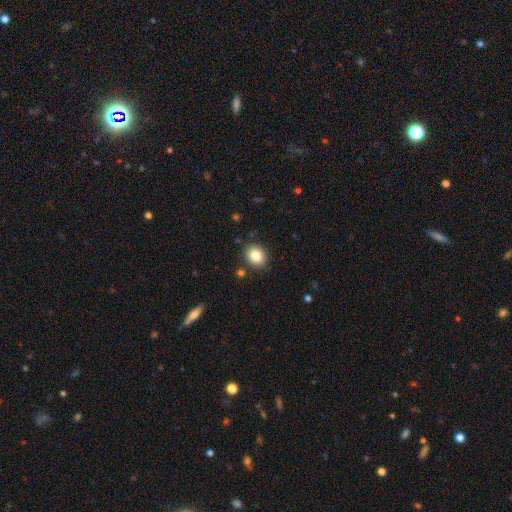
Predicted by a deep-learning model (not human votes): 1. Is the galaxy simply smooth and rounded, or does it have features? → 83% smooth, 10% star or artifact, 7% featured or disk.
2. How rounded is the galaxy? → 68% round, 31% in between, 1% cigar-shaped.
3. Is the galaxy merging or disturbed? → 88% none, 7% minor disturbance, 2% merger, 2% major disturbance.